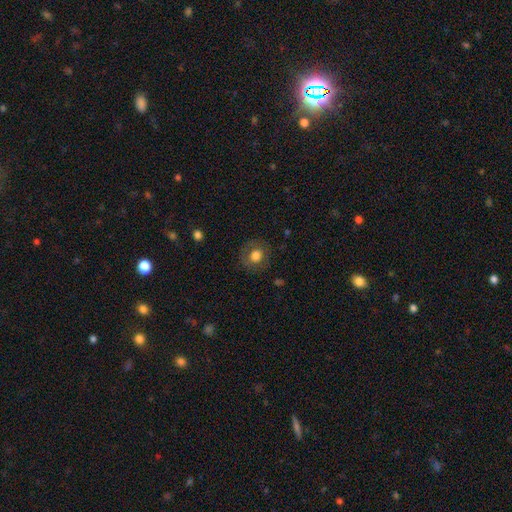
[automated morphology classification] This is likely a smooth galaxy (71%). How rounded: clearly round (85%). Merging: clearly none (83%).